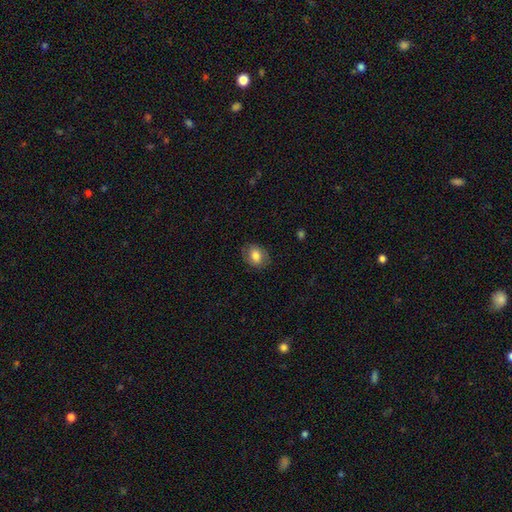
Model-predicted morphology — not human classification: Q: Smooth or featured?
A: smooth (73%); runner-up: featured or disk (19%)
Q: How rounded?
A: in between (59%); runner-up: round (40%)
Q: Merging?
A: none (80%); runner-up: minor disturbance (14%)